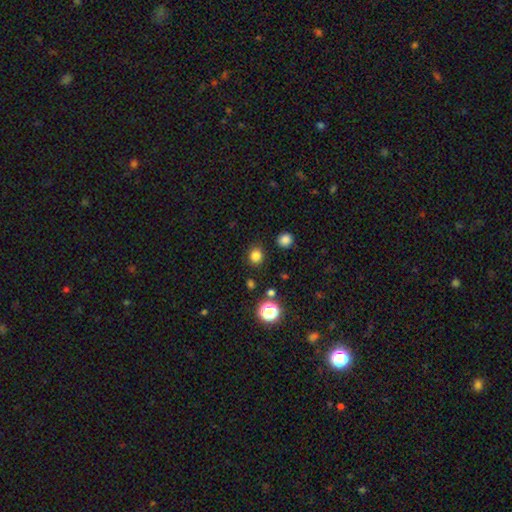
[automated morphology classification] Smooth or featured?
  - smooth: 81% *
  - star or artifact: 15%
  - featured or disk: 4%
How rounded?
  - round: 85% *
  - in between: 15%
  - cigar-shaped: 1%
Merging?
  - none: 88% *
  - minor disturbance: 8%
  - major disturbance: 3%
  - merger: 2%